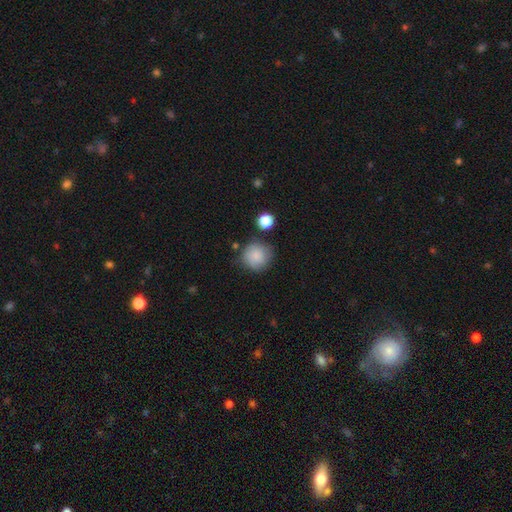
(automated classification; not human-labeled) Morphology: type=smooth (85%); roundness=round (93%); merging=none (73%).